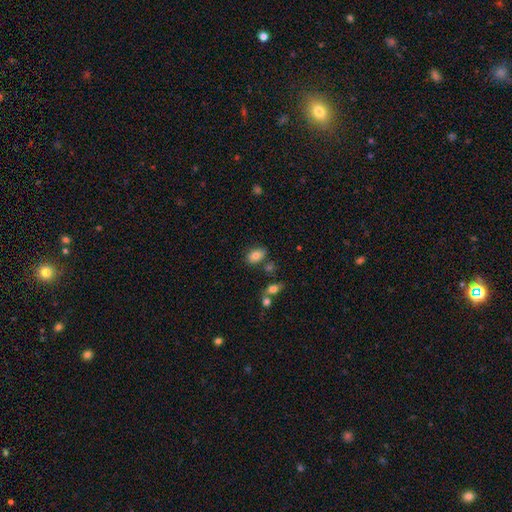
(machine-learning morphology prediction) Smooth or featured? smooth (80%)
How rounded? in between (85%)
Merging? none (74%)